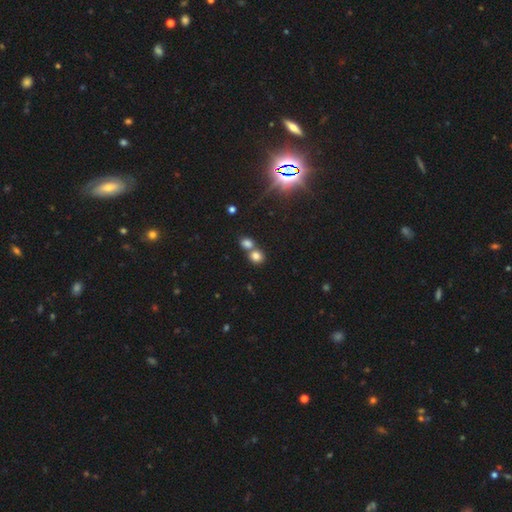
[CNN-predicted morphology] smooth-or-featured: smooth: 77% | star or artifact: 15% | featured or disk: 8%
  how-rounded: round: 75% | in between: 24% | cigar-shaped: 1%
  merging: merger: 48% | none: 43% | minor disturbance: 7% | major disturbance: 3%